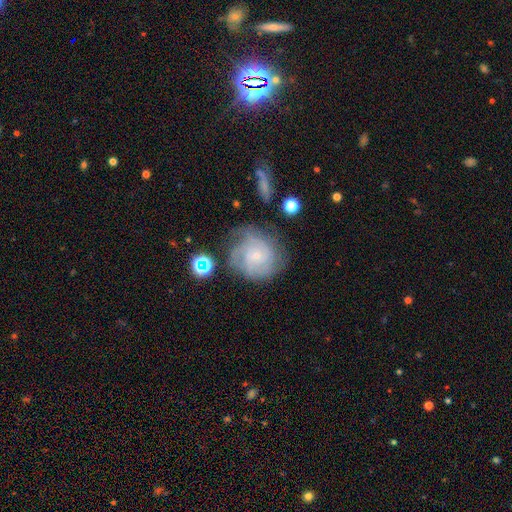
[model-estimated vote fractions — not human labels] smooth-or-featured: featured or disk: 71% | smooth: 20% | star or artifact: 10%
  disk-edge-on: no: 98% | yes: 2%
    bar: no: 75% | weak: 22% | strong: 3%
    has-spiral-arms: yes: 92% | no: 8%
      spiral-winding: tight: 60% | medium: 31% | loose: 9%
      spiral-arm-count: can't tell: 37% | 3: 22% | 4: 16% | 2: 14% | more than 4: 6% | 1: 6%
    bulge-size: small: 80% | moderate: 13% | none: 5% | large: 1% | dominant: 1%
  merging: none: 61% | minor disturbance: 21% | major disturbance: 14% | merger: 4%